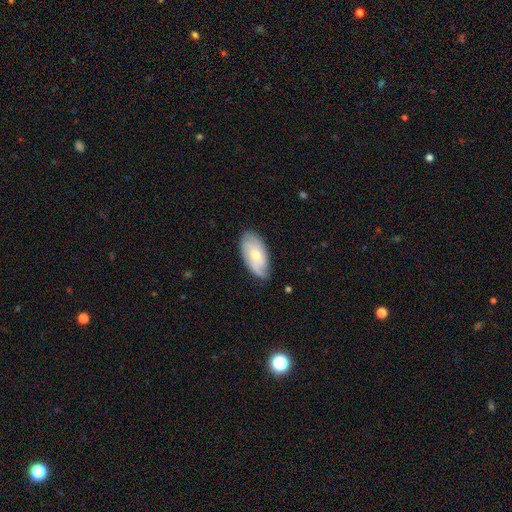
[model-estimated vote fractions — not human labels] Morphology: type=featured or disk (57%); edge-on=no (92%); bar=no (70%); spiral arms=yes (85%); bulge=moderate (51%); merging=none (75%).